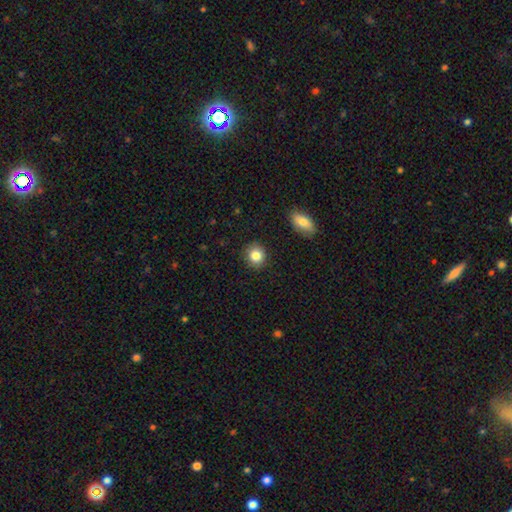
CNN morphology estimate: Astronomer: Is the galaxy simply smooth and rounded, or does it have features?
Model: smooth — 84%.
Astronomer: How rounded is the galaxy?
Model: round — 79%.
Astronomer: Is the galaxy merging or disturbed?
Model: none — 88%.